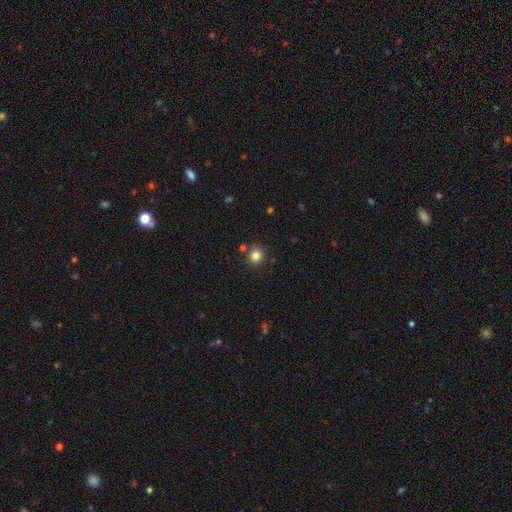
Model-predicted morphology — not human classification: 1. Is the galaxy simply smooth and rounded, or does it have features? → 83% smooth, 12% star or artifact, 5% featured or disk.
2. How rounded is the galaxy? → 88% round, 12% in between, 1% cigar-shaped.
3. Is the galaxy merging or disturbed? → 83% none, 8% minor disturbance, 6% merger, 3% major disturbance.